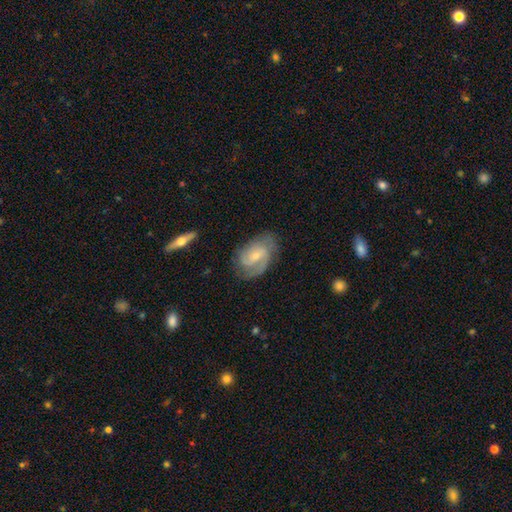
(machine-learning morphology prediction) The model was most divided on "bar": weak: 48%, no: 42%, strong: 10%. Remaining: edge-on disk — no (96%); spiral arms — yes (94%); smooth or featured — featured or disk (79%); merging — none (70%); spiral arm count — 2 (63%); bulge size — small (62%); spiral winding — medium (47%).